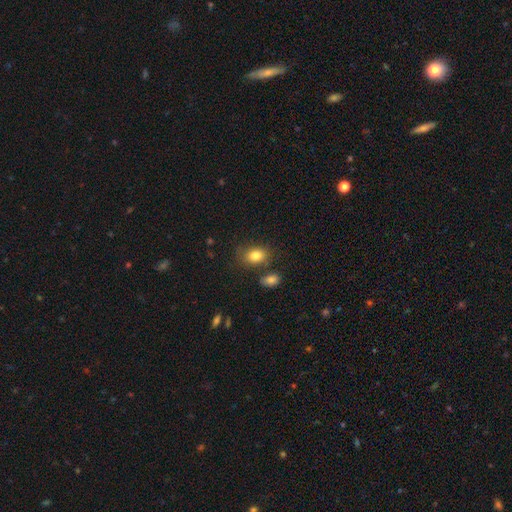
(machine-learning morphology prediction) Overall: smooth (83%). How rounded: in between (77%). Merging: none (72%).